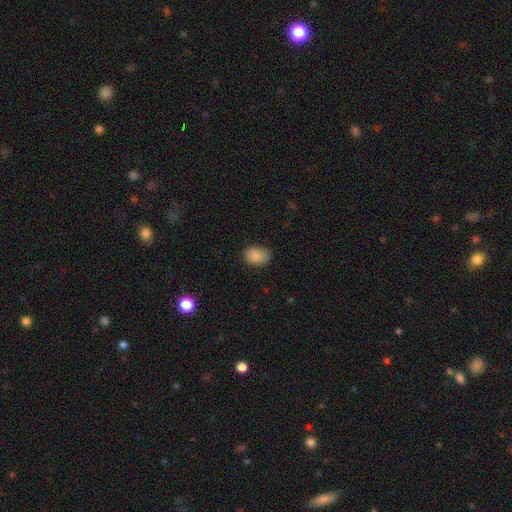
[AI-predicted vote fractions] smooth 87%, star or artifact 9%, featured or disk 5%. Down the decision tree: how rounded — in between (80%); merging — none (74%).